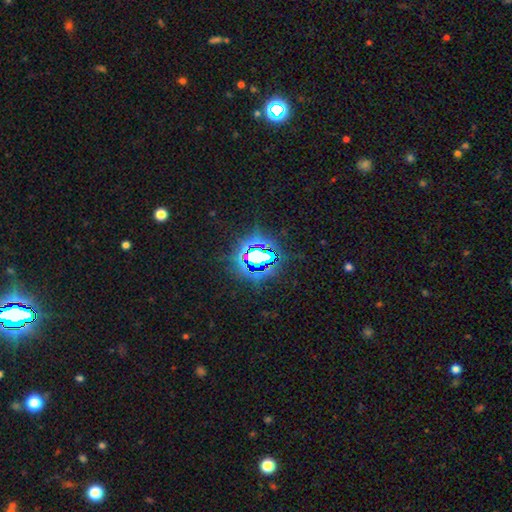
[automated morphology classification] This appears to be a star or artifact, not a galaxy (76%).